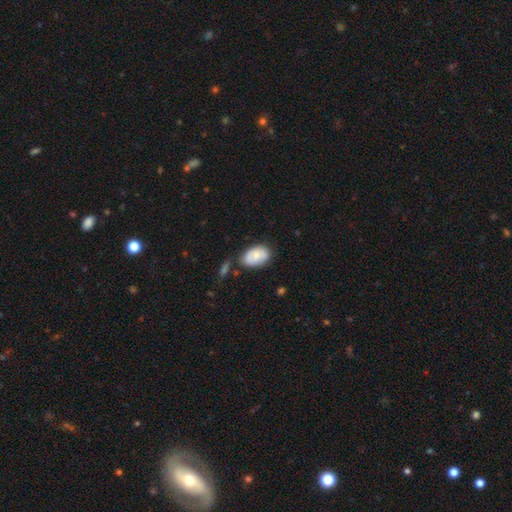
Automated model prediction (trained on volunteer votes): smooth 70%, featured or disk 24%, star or artifact 6%. Down the decision tree: how rounded — in between (88%); merging — none (61%).